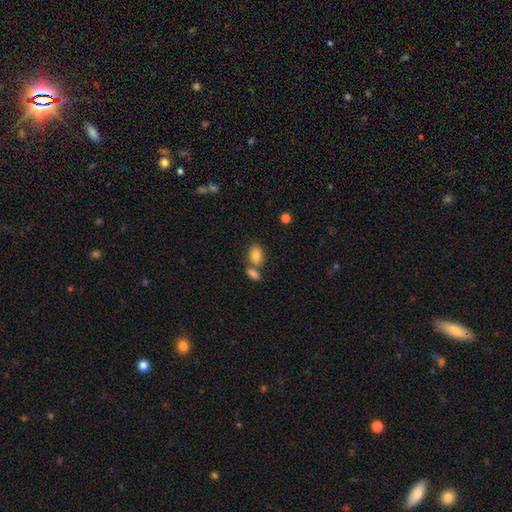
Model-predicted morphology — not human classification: Smooth or featured?
  - smooth: 84% *
  - star or artifact: 8%
  - featured or disk: 8%
How rounded?
  - in between: 83% *
  - round: 16%
  - cigar-shaped: 2%
Merging?
  - none: 51% *
  - merger: 35%
  - minor disturbance: 11%
  - major disturbance: 3%